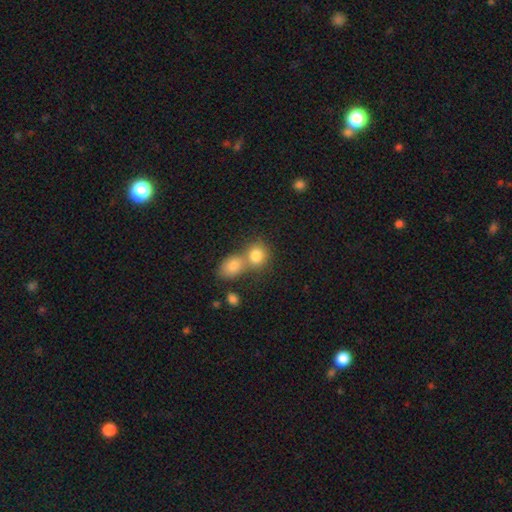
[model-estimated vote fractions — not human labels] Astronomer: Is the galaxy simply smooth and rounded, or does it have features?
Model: smooth — 81%.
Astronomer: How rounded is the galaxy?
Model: round — 67%.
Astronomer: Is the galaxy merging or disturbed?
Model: merger — 54% (runner-up: none, 35%).